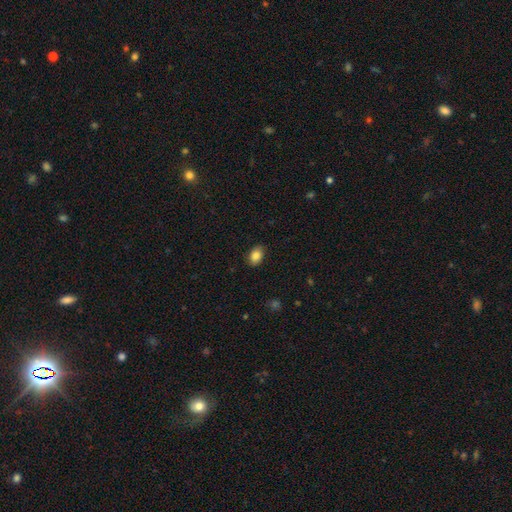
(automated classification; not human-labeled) This appears to be a smooth galaxy with no disk features (86%) that is in between round and cigar-shaped (81%). Merging: none (85%).